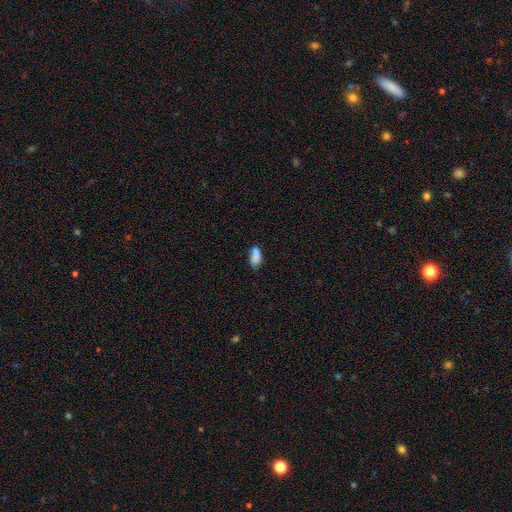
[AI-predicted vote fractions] Overall: smooth (79%). How rounded: in between (87%). Merging: none (48%; minor disturbance 24%).